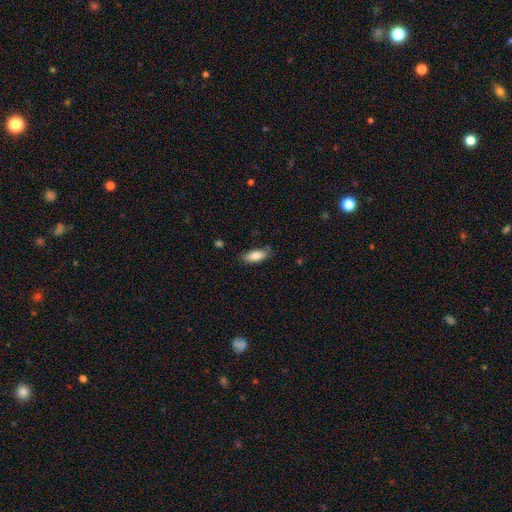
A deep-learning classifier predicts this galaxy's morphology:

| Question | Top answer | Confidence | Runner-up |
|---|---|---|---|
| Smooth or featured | smooth | 83% | featured or disk (10%) |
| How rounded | in between | 81% | cigar-shaped (17%) |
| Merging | none | 75% | minor disturbance (20%) |